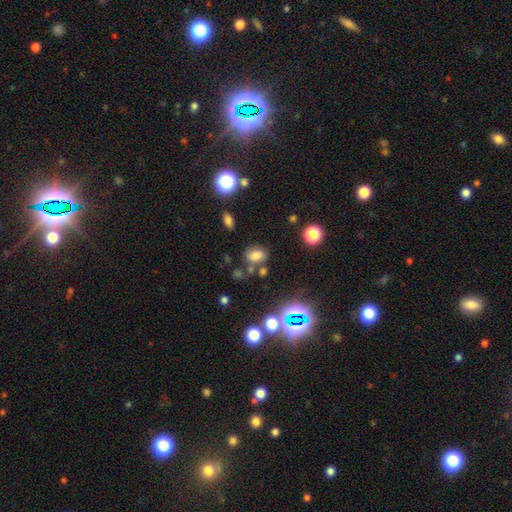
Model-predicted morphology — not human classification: Overall: smooth (70%). How rounded: in between (75%). Merging: none (67%).